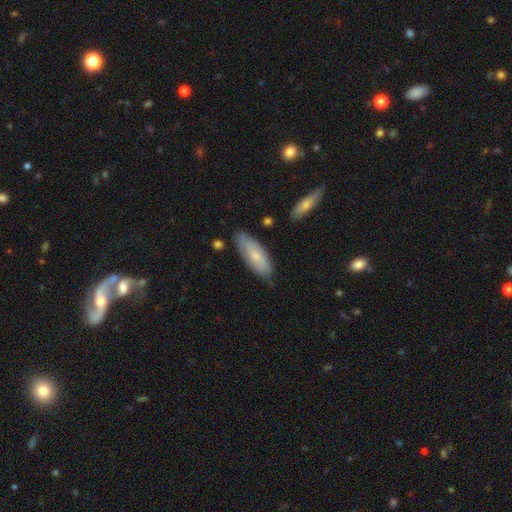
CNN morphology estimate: Smooth or featured?
  - smooth: 64% *
  - featured or disk: 30%
  - star or artifact: 6%
How rounded?
  - in between: 73% *
  - cigar-shaped: 25%
  - round: 2%
Merging?
  - none: 77% *
  - minor disturbance: 18%
  - major disturbance: 3%
  - merger: 2%